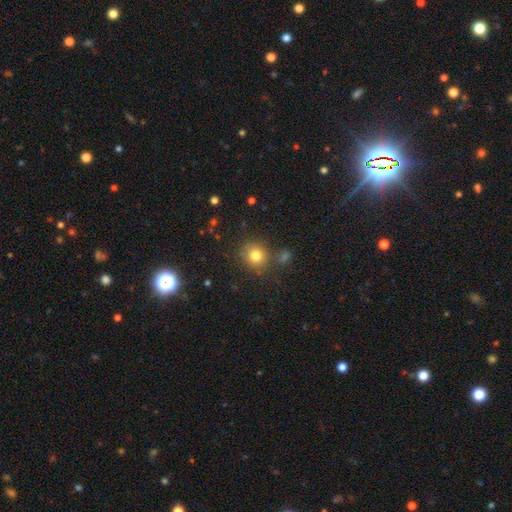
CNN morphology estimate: This is likely a smooth galaxy (79%). How rounded: clearly round (85%). Merging: likely none (79%).